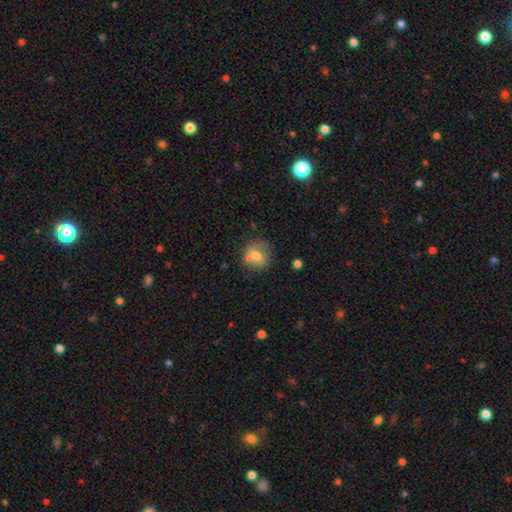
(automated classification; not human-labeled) Smooth or featured? smooth (64%)
How rounded? round (80%)
Merging? none (60%)